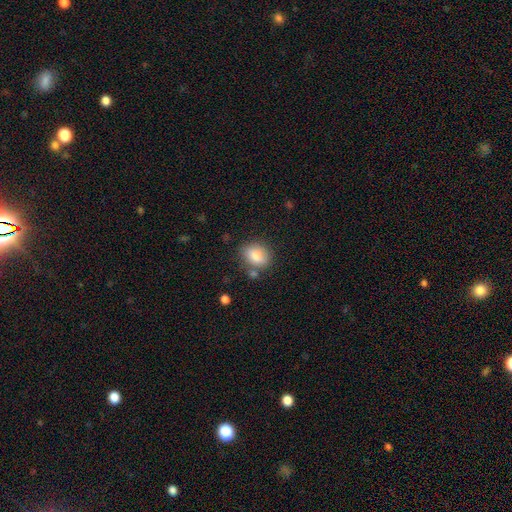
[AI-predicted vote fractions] The model was most divided on "how rounded": in between: 54%, round: 44%, cigar-shaped: 1%. More confident: smooth or featured — smooth (82%); merging — none (74%).